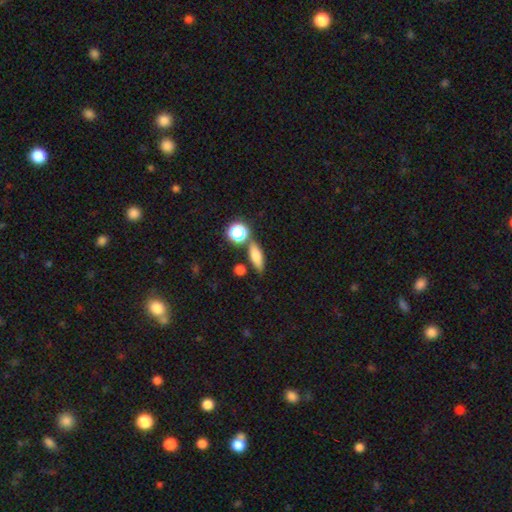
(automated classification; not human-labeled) Smooth or featured? smooth (72%)
How rounded? in between (57%)
Merging? none (72%)